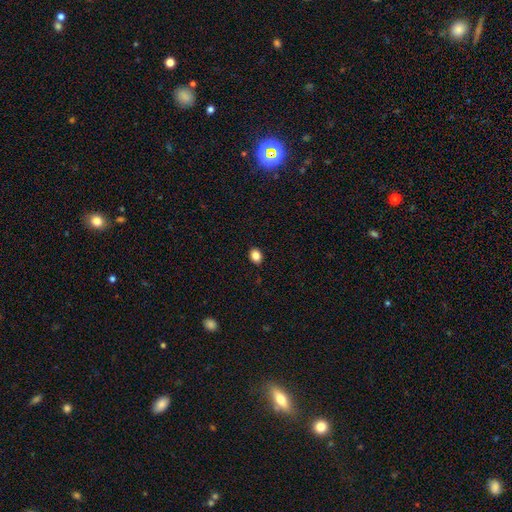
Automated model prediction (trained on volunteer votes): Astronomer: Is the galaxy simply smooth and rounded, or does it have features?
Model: smooth — 85%.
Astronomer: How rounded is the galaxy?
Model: in between — 63%.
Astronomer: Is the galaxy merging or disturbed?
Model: none — 90%.